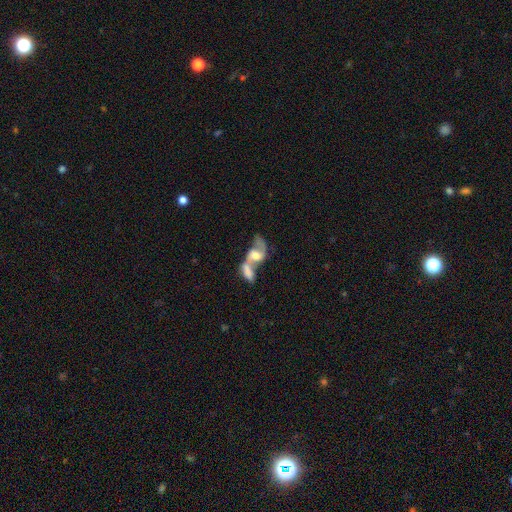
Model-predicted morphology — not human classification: Smooth or featured: featured or disk — 65% (smooth — 27%)
Edge-on disk: no — 94% (yes — 6%)
Bar: no — 50% (weak — 36%)
Spiral arms: yes — 80% (no — 20%)
Bulge size: moderate — 49% (small — 20%)
Merging: merger — 70% (none — 14%)